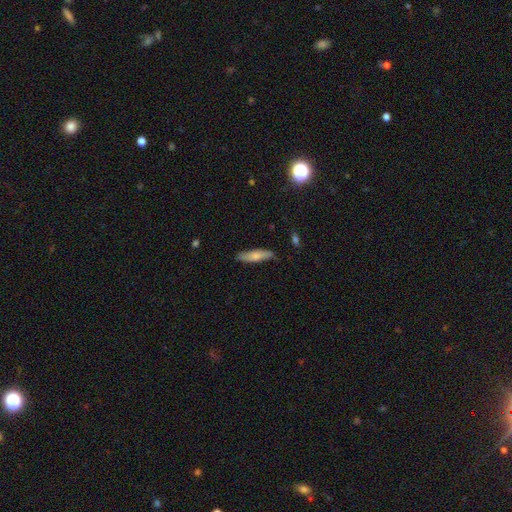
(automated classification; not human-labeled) This appears to be a smooth galaxy with no disk features (72%) that is cigar-shaped (72%). Merging: none (84%).